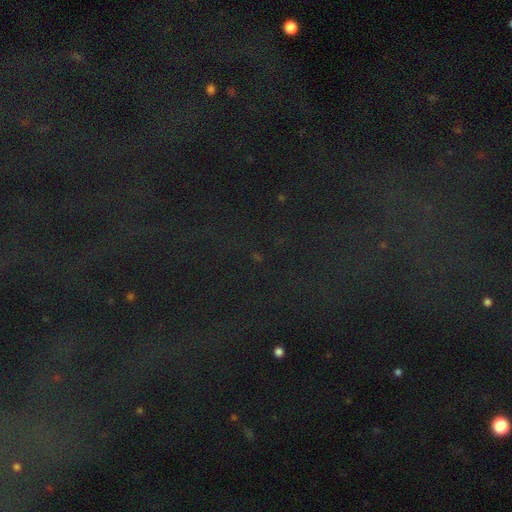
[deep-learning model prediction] This appears to be a star or artifact, not a galaxy (79%).